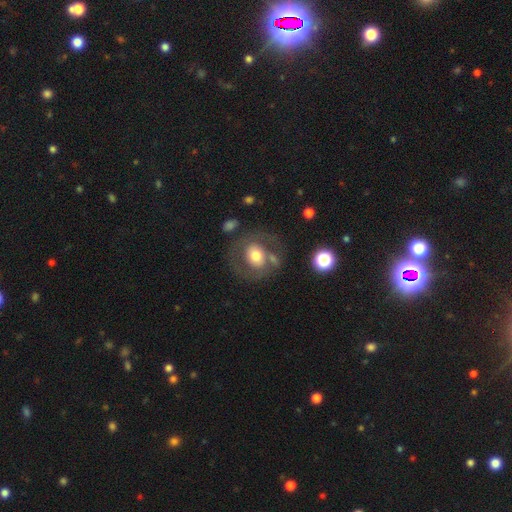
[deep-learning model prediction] A featured or disk galaxy (48%). Merging: none (62%).